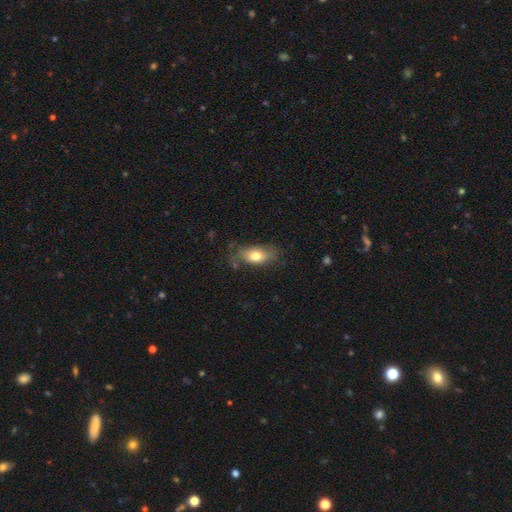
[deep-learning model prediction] smooth 72%, featured or disk 21%, star or artifact 8%. Down the decision tree: how rounded — in between (83%); merging — none (65%).